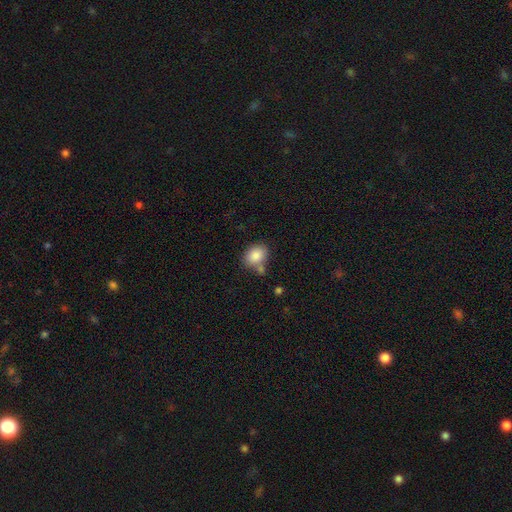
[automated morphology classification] A smooth galaxy with no disk features (86%) that is in between round and cigar-shaped (62%).

Vote fractions:
- Smooth or featured? smooth: 86% / star or artifact: 8% / featured or disk: 6%
- How rounded? in between: 62% / round: 37% / cigar-shaped: 1%
- Merging? none: 63% / merger: 17% / minor disturbance: 16% / major disturbance: 4%